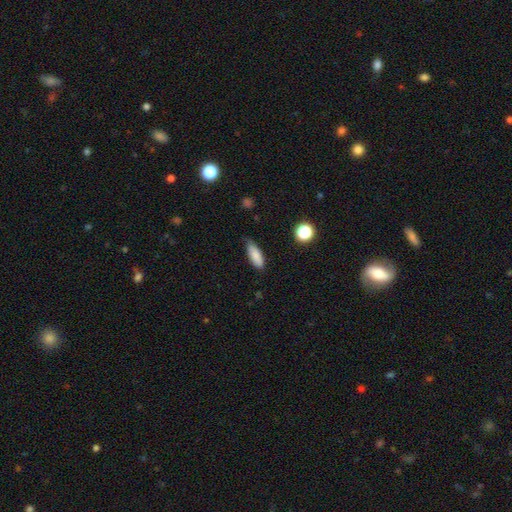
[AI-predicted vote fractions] Smooth or featured? smooth (84%)
How rounded? in between (69%)
Merging? none (63%)